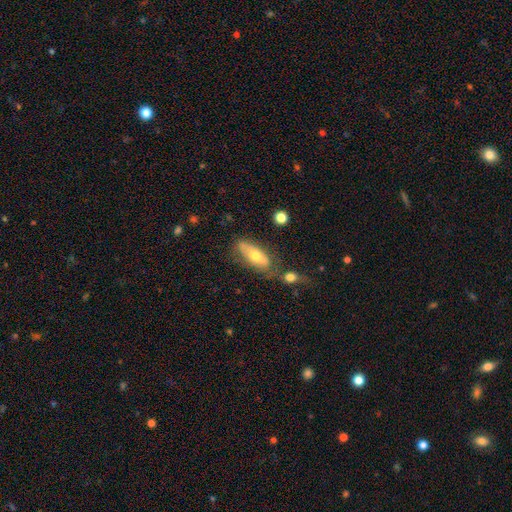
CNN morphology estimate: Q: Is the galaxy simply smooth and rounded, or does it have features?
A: smooth — 55%.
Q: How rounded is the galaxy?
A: in between — 71%.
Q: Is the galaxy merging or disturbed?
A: none — 55%.